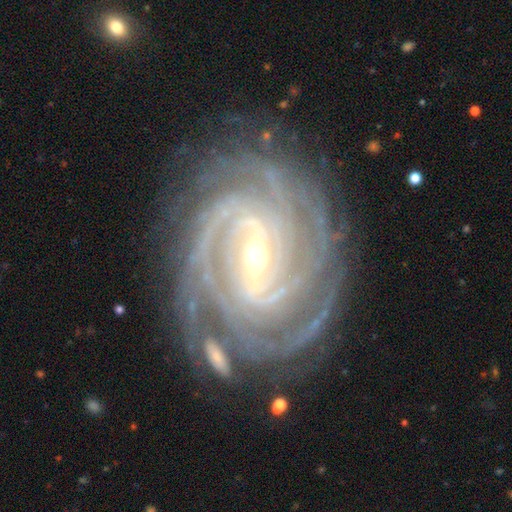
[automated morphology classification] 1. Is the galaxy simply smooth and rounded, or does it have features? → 93% featured or disk, 4% star or artifact, 3% smooth.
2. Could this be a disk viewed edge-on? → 97% no, 3% yes.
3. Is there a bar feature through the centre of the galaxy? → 50% strong, 38% weak, 12% no.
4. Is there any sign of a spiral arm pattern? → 99% yes, 1% no.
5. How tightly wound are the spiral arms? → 82% tight, 16% medium, 2% loose.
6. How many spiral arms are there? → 33% 4, 21% 3, 15% more than 4, 12% can't tell, 12% 2, 7% 1.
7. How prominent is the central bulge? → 60% small, 37% moderate, 2% large, 1% none, 1% dominant.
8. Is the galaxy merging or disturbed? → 80% none, 13% minor disturbance, 4% major disturbance, 2% merger.